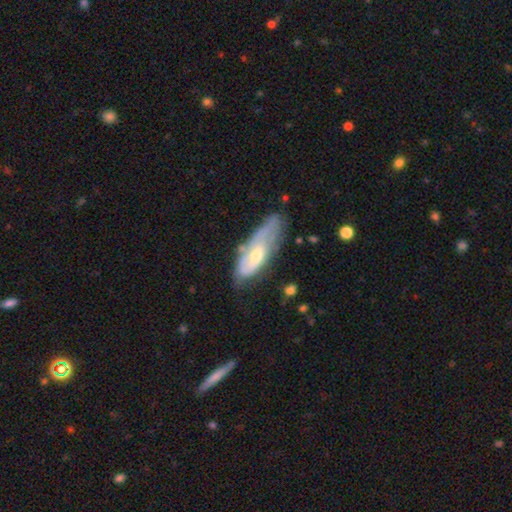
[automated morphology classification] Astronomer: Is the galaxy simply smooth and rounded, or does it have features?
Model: featured or disk — 52% (runner-up: smooth, 42%).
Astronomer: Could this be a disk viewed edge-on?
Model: no — 81%.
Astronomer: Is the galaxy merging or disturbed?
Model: none — 38% (runner-up: minor disturbance, 35%).